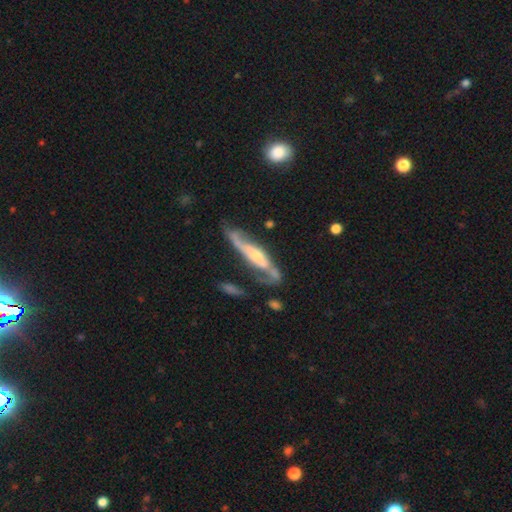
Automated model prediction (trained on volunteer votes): smooth_or_featured: featured or disk (p=0.79) [alt: smooth p=0.14]
disk_edge_on: yes (p=0.58) [alt: no p=0.42]
merging: none (p=0.57) [alt: minor disturbance p=0.23]